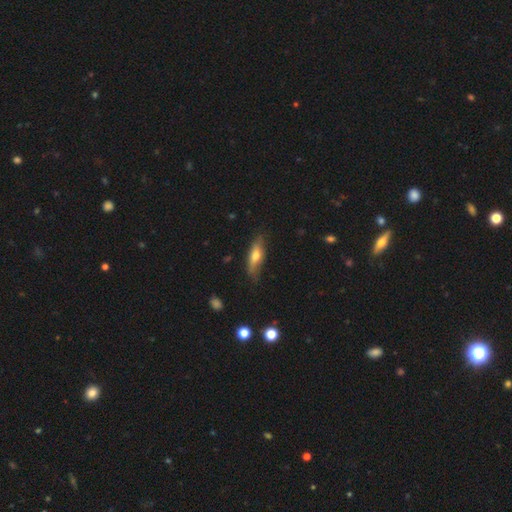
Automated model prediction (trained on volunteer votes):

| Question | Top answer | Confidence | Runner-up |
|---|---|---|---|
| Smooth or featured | smooth | 59% | featured or disk (35%) |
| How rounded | in between | 50% | cigar-shaped (47%) |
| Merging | none | 72% | minor disturbance (22%) |